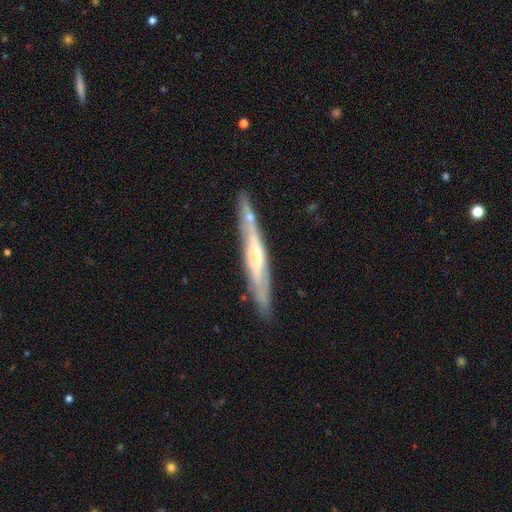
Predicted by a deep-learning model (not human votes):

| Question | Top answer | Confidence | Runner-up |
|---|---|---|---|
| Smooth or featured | featured or disk | 65% | smooth (29%) |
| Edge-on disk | yes | 89% | no (11%) |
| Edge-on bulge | none | 45% | rounded (43%) |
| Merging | none | 81% | minor disturbance (12%) |